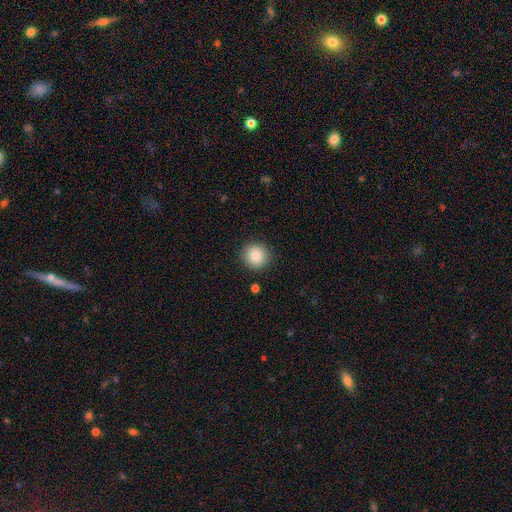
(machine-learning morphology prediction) A smooth galaxy with no disk features (86%) that is round (91%).

Vote fractions:
- Smooth or featured? smooth: 86% / star or artifact: 9% / featured or disk: 5%
- How rounded? round: 91% / in between: 8% / cigar-shaped: 1%
- Merging? none: 89% / minor disturbance: 7% / major disturbance: 2% / merger: 1%